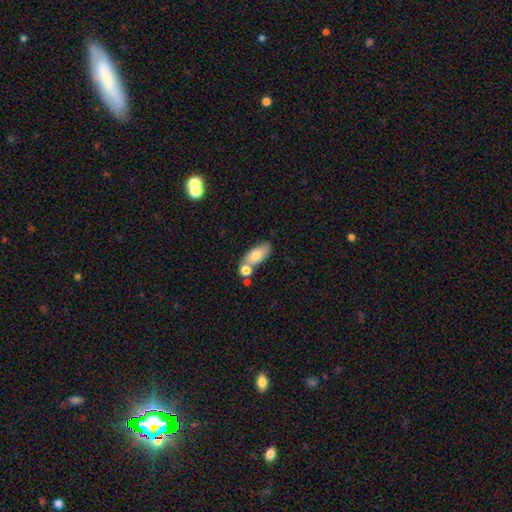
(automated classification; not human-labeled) This appears to be a smooth galaxy with no disk features (77%) that is in between round and cigar-shaped (84%). Merging: none (49%).